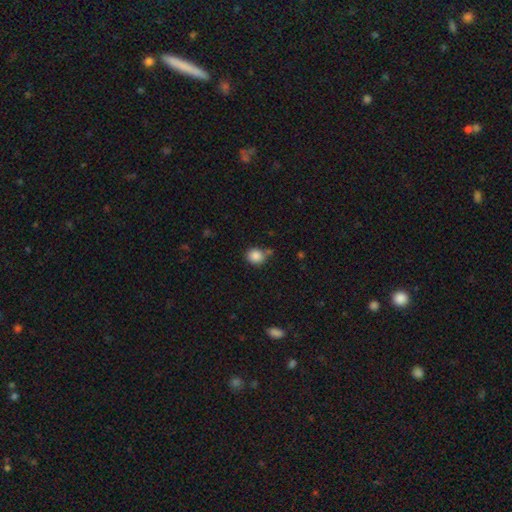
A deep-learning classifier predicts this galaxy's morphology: Q: Smooth or featured?
A: smooth (86%); runner-up: star or artifact (10%)
Q: How rounded?
A: round (80%); runner-up: in between (19%)
Q: Merging?
A: none (71%); runner-up: minor disturbance (15%)